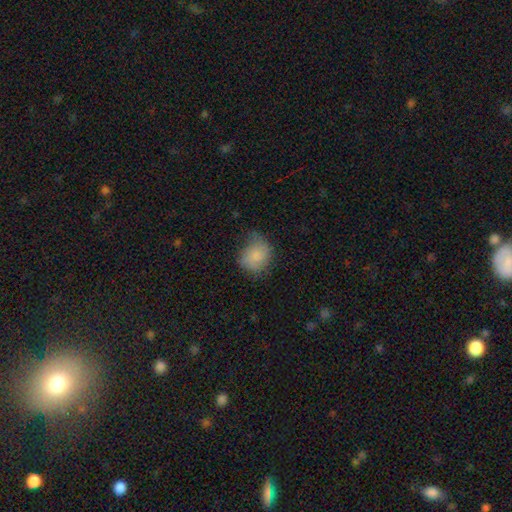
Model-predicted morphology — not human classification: Smooth or featured? smooth (81%)
How rounded? round (60%)
Merging? none (51%)